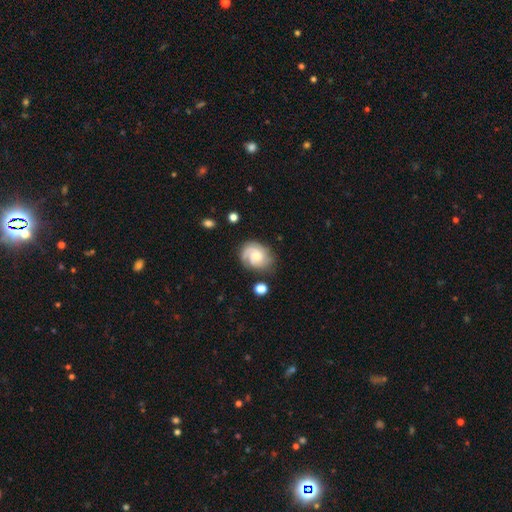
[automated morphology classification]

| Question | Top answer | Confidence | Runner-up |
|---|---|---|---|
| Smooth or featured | featured or disk | 72% | smooth (22%) |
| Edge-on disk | no | 97% | yes (3%) |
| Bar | no | 69% | weak (28%) |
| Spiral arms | yes | 94% | no (6%) |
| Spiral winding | tight | 52% | medium (35%) |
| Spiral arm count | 2 | 34% | 1 (21%) |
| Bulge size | moderate | 49% | small (38%) |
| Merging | none | 70% | minor disturbance (19%) |